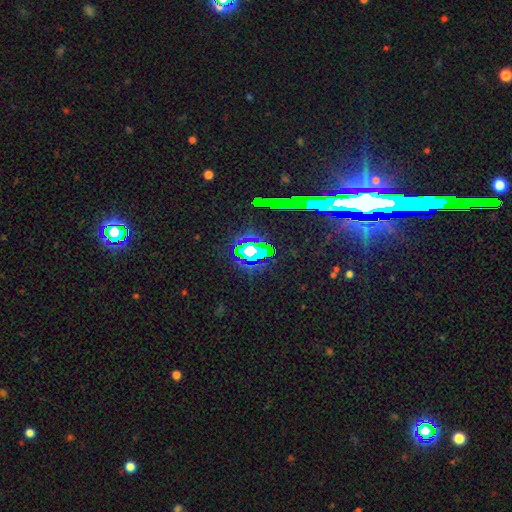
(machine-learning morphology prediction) Q: Smooth or featured?
A: star or artifact (66%); runner-up: smooth (20%)